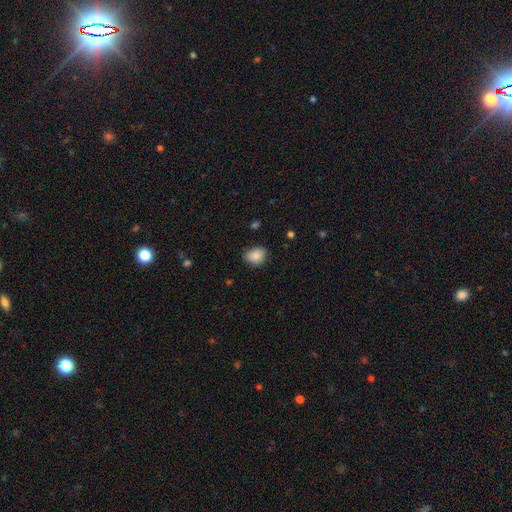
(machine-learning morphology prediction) smooth 87%, star or artifact 8%, featured or disk 5%. Down the decision tree: how rounded — in between (55%); merging — none (74%).